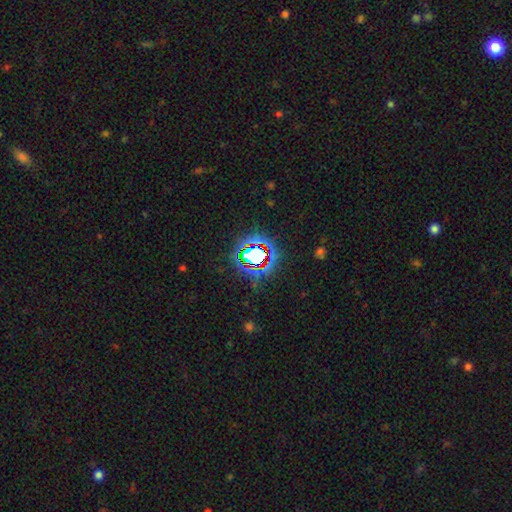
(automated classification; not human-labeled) Smooth or featured? Predicted: star or artifact (p=0.71).